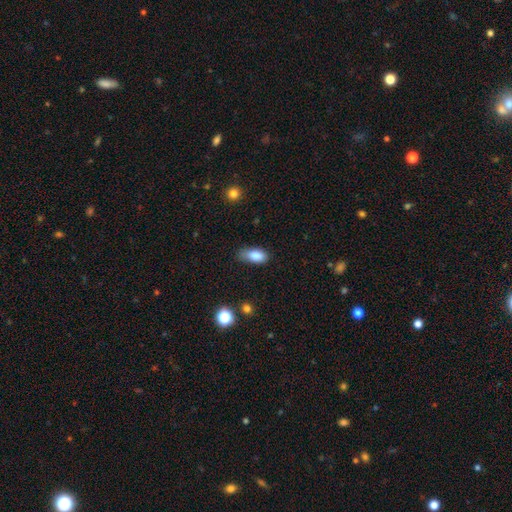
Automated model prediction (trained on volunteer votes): Smooth or featured: smooth — 85% (star or artifact — 8%)
How rounded: in between — 89% (cigar-shaped — 7%)
Merging: none — 53% (minor disturbance — 36%)